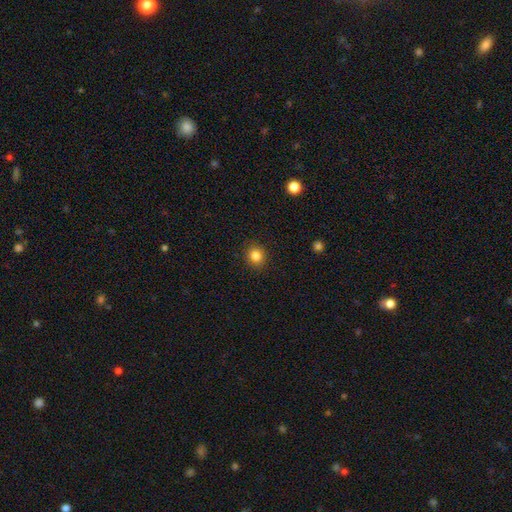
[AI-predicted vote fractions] The model was most divided on "how rounded": round: 83%, in between: 16%, cigar-shaped: 1%. More confident: merging — none (91%); smooth or featured — smooth (84%).